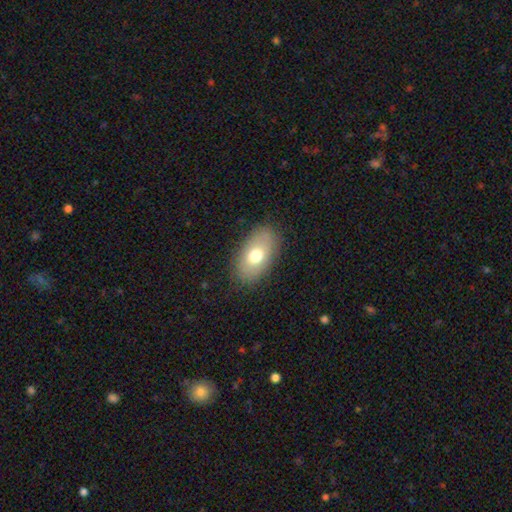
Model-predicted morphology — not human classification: Q: Smooth or featured?
A: smooth (70%); runner-up: featured or disk (22%)
Q: How rounded?
A: in between (91%); runner-up: round (7%)
Q: Merging?
A: none (84%); runner-up: minor disturbance (12%)